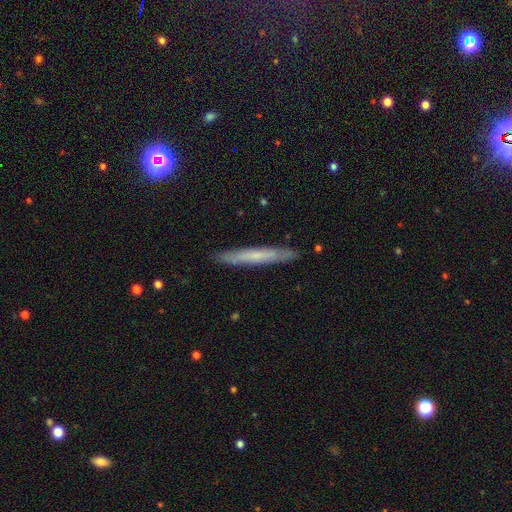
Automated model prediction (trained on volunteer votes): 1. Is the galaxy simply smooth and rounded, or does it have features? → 53% smooth, 40% featured or disk, 7% star or artifact.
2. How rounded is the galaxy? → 96% cigar-shaped, 3% in between, 1% round.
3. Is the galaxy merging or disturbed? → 90% none, 7% minor disturbance, 1% major disturbance, 1% merger.